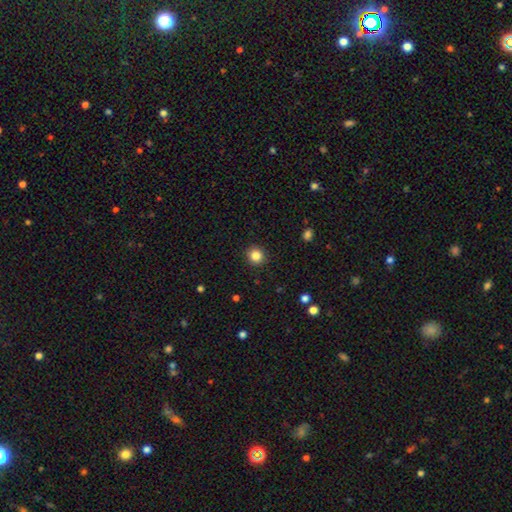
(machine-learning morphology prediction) smooth-or-featured: smooth: 85% | star or artifact: 11% | featured or disk: 5%
  how-rounded: round: 90% | in between: 9% | cigar-shaped: 1%
  merging: none: 91% | minor disturbance: 6% | major disturbance: 2% | merger: 1%